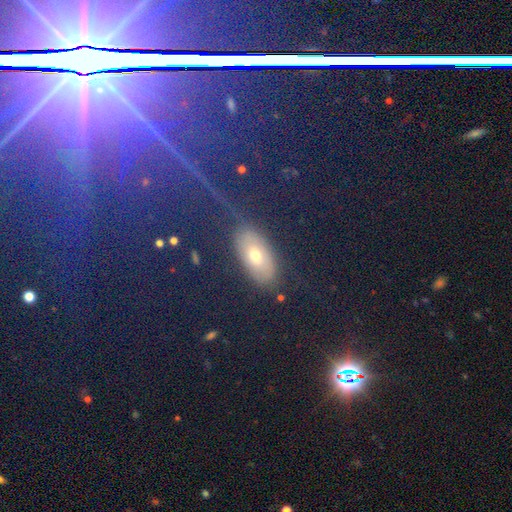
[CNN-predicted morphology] Smooth or featured? Predicted: smooth (p=0.48). Merging? Predicted: none (p=0.86).